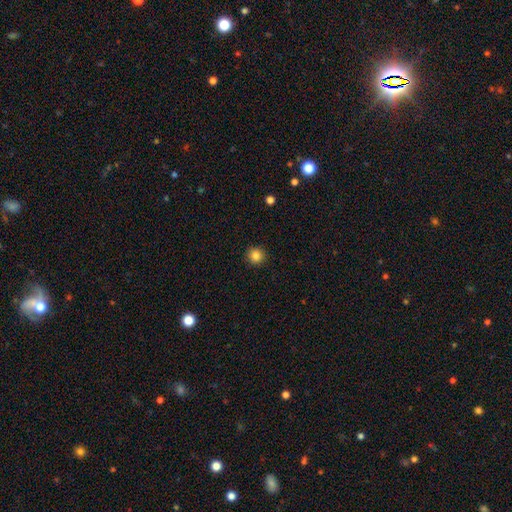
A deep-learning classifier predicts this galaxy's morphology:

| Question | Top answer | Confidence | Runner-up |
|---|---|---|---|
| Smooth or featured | smooth | 84% | star or artifact (11%) |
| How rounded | round | 93% | in between (6%) |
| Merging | none | 92% | minor disturbance (5%) |